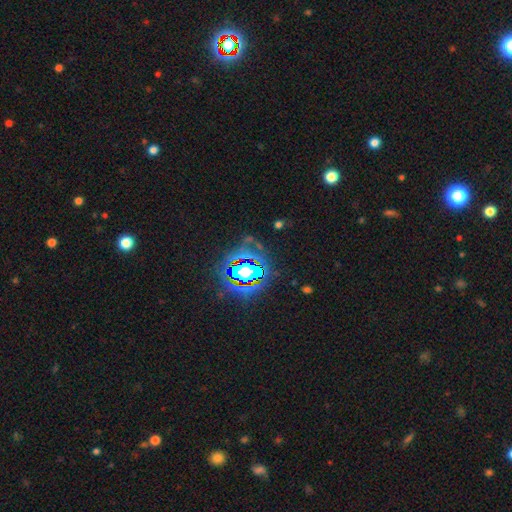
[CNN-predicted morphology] A star or artifact, not a galaxy (83%).

Vote fractions:
- Smooth or featured? star or artifact: 83% / smooth: 10% / featured or disk: 7%